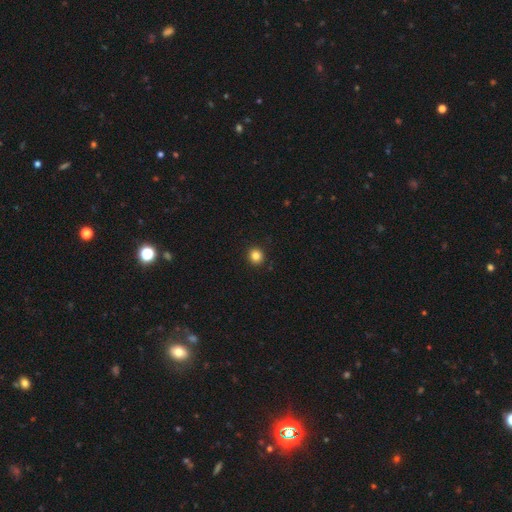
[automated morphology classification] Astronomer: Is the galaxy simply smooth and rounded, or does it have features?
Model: smooth — 84%.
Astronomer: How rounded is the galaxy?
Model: round — 92%.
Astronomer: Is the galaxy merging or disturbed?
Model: none — 93%.